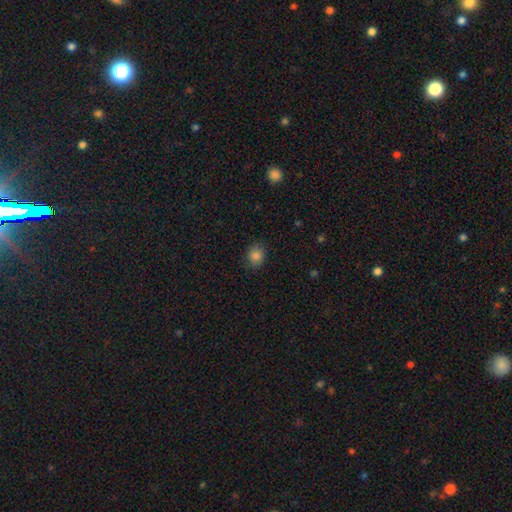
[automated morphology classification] type=smooth (85%); roundness=round (69%); merging=none (84%).